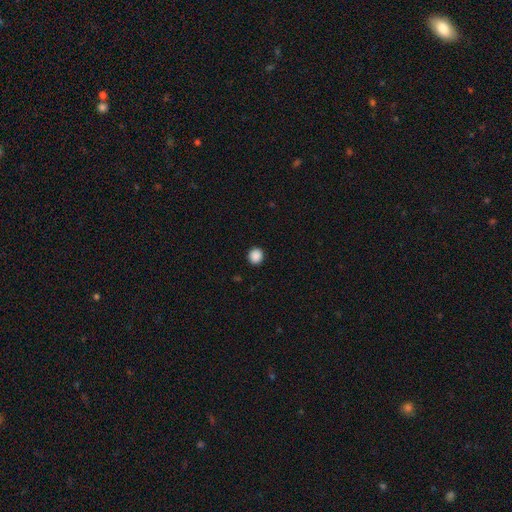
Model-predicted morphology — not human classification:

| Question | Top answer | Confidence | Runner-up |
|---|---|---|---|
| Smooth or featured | smooth | 89% | star or artifact (9%) |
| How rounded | round | 90% | in between (9%) |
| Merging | none | 93% | minor disturbance (5%) |